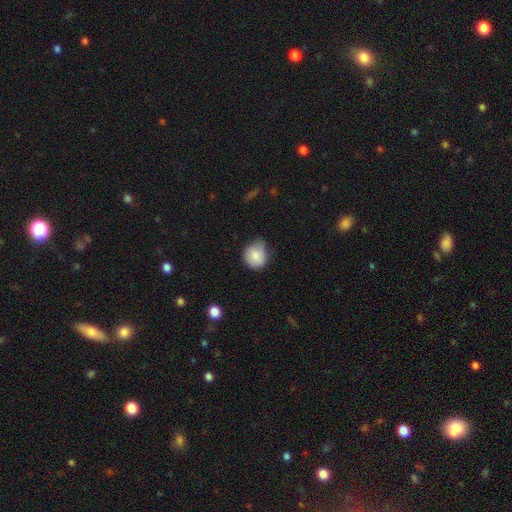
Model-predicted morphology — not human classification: smooth-or-featured: smooth: 82% | featured or disk: 10% | star or artifact: 8%
  how-rounded: round: 73% | in between: 26% | cigar-shaped: 1%
  merging: none: 52% | minor disturbance: 39% | major disturbance: 7% | merger: 2%